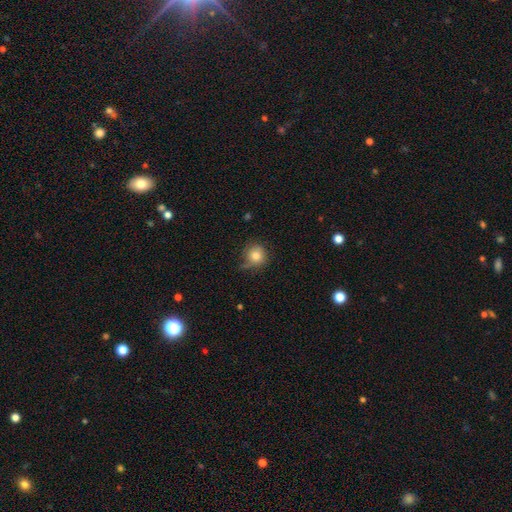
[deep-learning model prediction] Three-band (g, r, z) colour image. It shows a smooth galaxy with no disk features (80%) that is round (90%). Merging: none (67%).